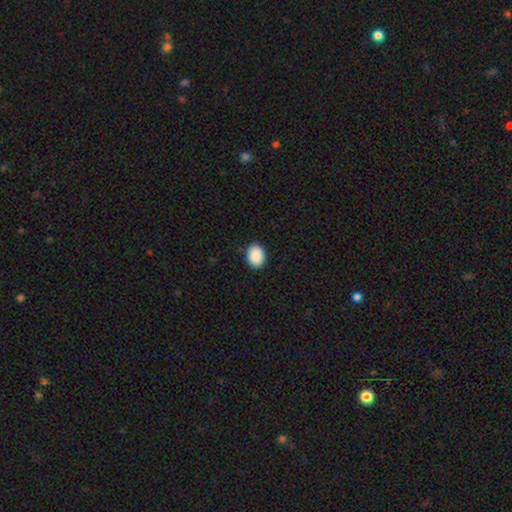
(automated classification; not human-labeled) Smooth or featured? smooth (91%)
How rounded? in between (70%)
Merging? none (89%)